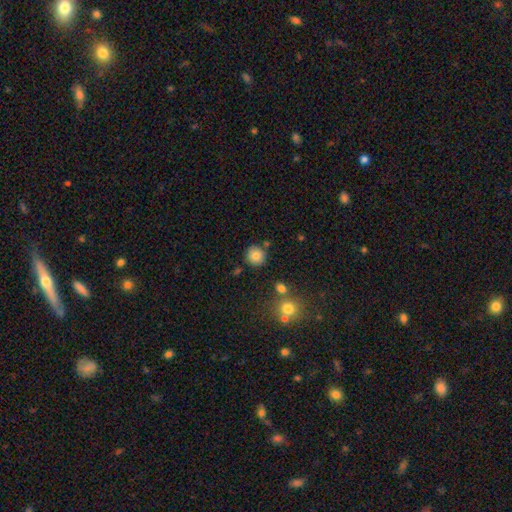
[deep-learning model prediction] Morphology: type=smooth (81%); roundness=round (93%); merging=none (83%).